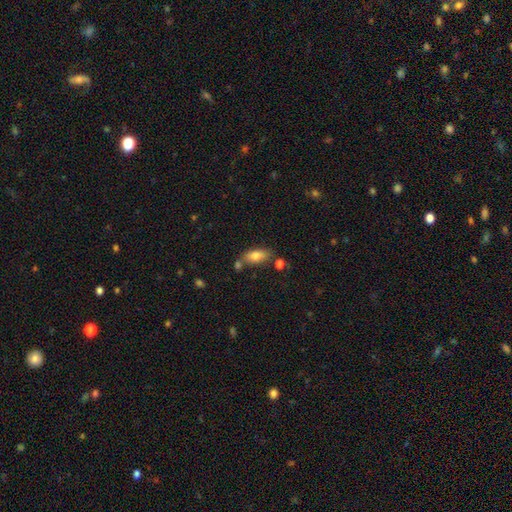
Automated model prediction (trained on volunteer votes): smooth-or-featured: smooth: 78% | featured or disk: 15% | star or artifact: 8%
  how-rounded: in between: 85% | cigar-shaped: 11% | round: 4%
  merging: none: 66% | minor disturbance: 15% | merger: 14% | major disturbance: 4%